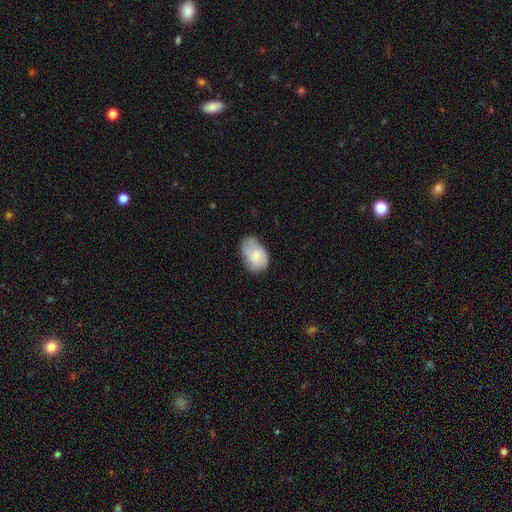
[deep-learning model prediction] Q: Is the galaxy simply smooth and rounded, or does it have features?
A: smooth — 73%.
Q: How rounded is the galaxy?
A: in between — 89%.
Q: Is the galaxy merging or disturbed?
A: none — 64%.